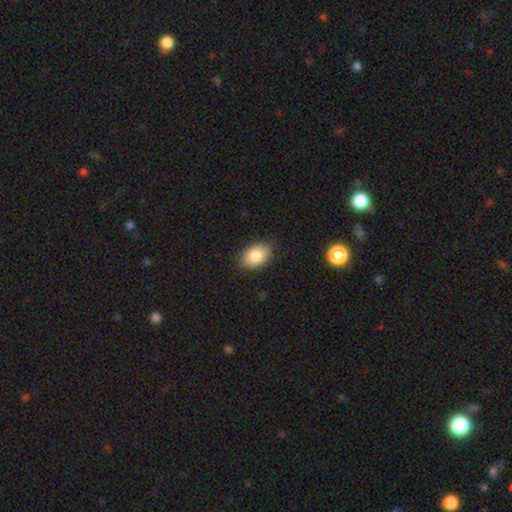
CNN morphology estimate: type=smooth (84%); roundness=in between (87%); merging=none (84%).